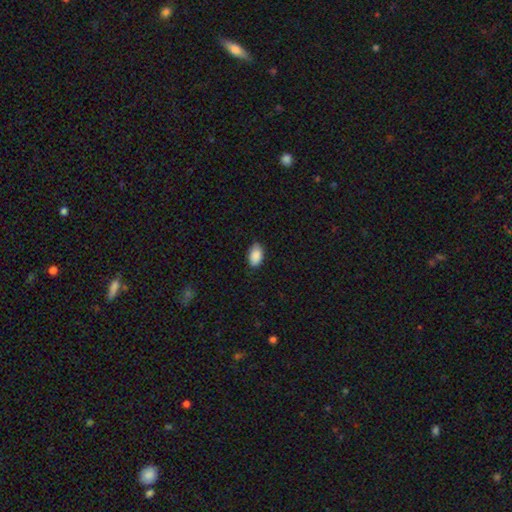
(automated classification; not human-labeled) A smooth galaxy with no disk features (89%) that is in between round and cigar-shaped (94%).

Vote fractions:
- Smooth or featured? smooth: 89% / star or artifact: 7% / featured or disk: 4%
- How rounded? in between: 94% / round: 5% / cigar-shaped: 2%
- Merging? none: 83% / minor disturbance: 14% / major disturbance: 2% / merger: 1%